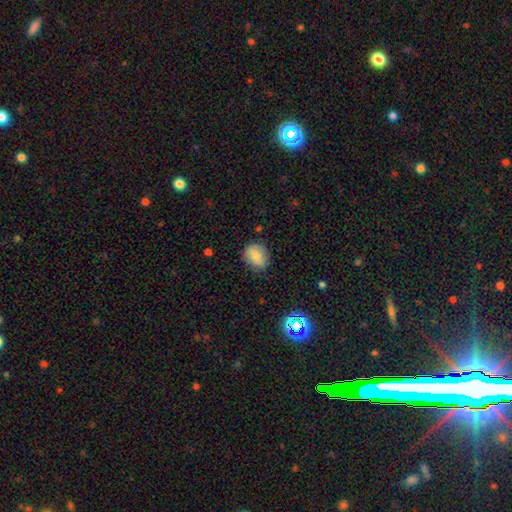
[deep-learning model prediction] The model was most divided on "how rounded": round: 55%, in between: 44%, cigar-shaped: 1%. More confident: smooth or featured — smooth (80%); merging — none (79%).